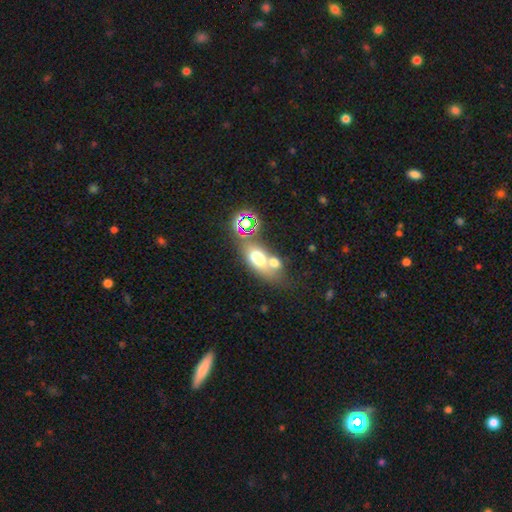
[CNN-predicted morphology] A smooth galaxy with no disk features (54%) that is in between round and cigar-shaped (67%). Merging: merger (48%).